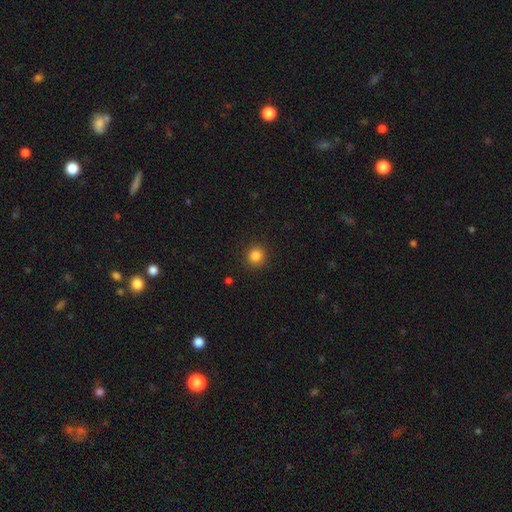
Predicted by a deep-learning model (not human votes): Smooth or featured? smooth (85%)
How rounded? round (92%)
Merging? none (90%)